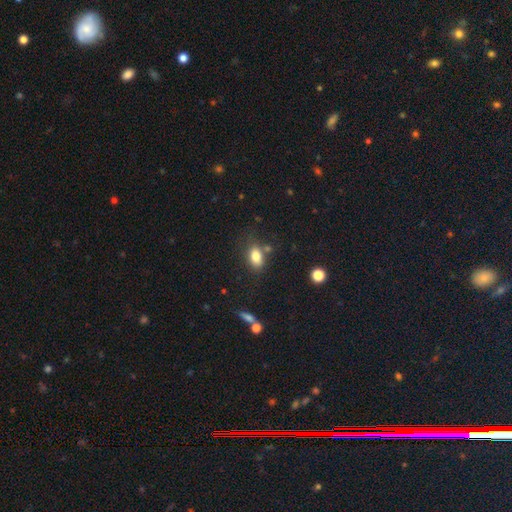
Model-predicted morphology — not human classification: Q: Smooth or featured?
A: smooth (82%); runner-up: star or artifact (9%)
Q: How rounded?
A: in between (84%); runner-up: round (13%)
Q: Merging?
A: none (69%); runner-up: minor disturbance (16%)